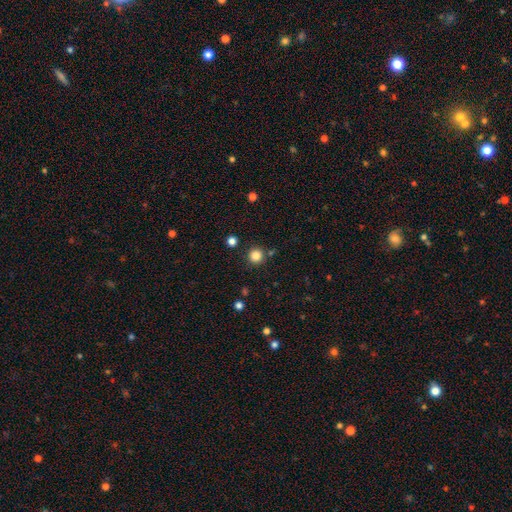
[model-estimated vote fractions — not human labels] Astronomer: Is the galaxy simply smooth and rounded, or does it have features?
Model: smooth — 84%.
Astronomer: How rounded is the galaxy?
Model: round — 94%.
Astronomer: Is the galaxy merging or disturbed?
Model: none — 86%.